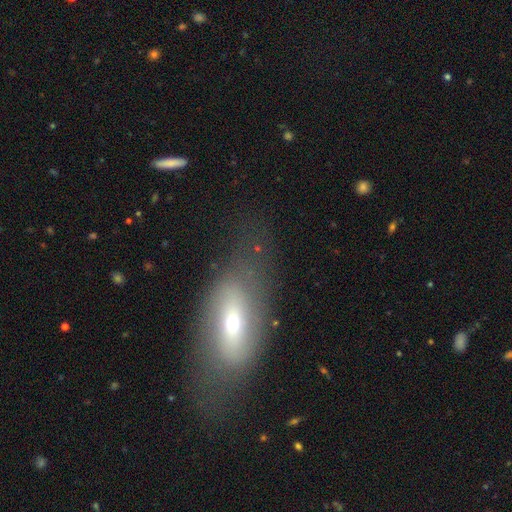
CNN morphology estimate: A featured or disk galaxy (57%). Merging: none (70%).